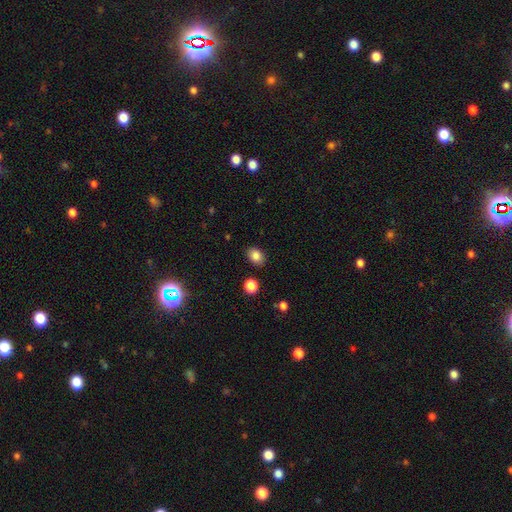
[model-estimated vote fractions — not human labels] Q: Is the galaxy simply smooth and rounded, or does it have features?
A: smooth — 85%.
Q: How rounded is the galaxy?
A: in between — 66%.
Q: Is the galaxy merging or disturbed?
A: none — 87%.